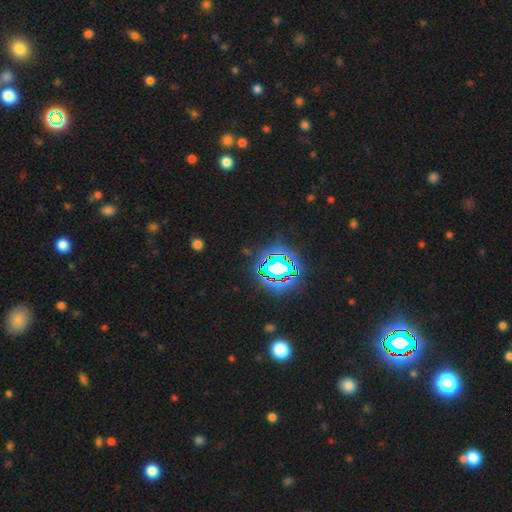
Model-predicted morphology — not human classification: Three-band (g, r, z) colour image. It shows a star or artifact, not a galaxy (80%).